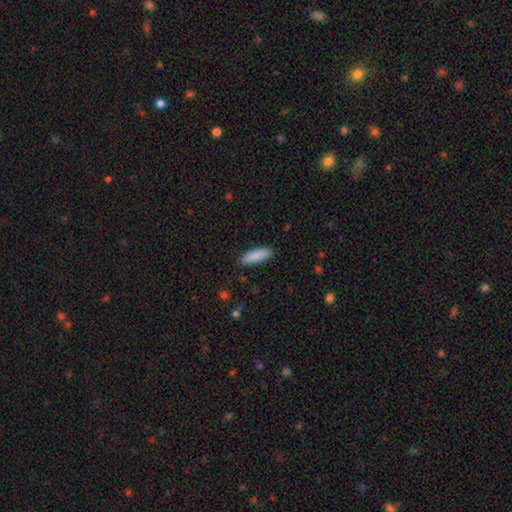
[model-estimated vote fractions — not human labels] A smooth galaxy with no disk features (89%) that is in between round and cigar-shaped (55%). Merging: none (89%).